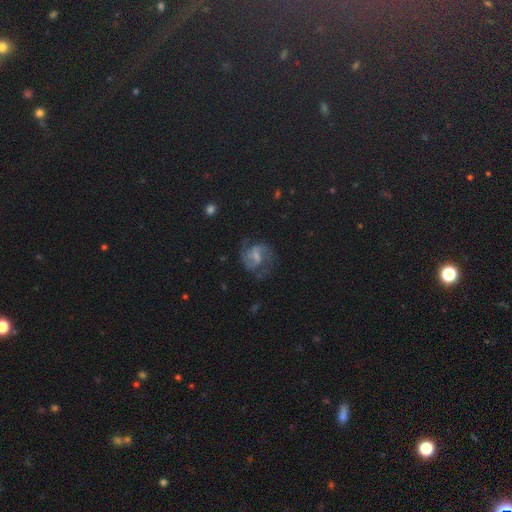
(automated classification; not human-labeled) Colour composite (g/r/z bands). It shows a featured or disk galaxy (72%) with a weak bar (55%), 2 (71%) medium (52%) spiral arms (89%) and a small central bulge (49%). Merging: none (57%).